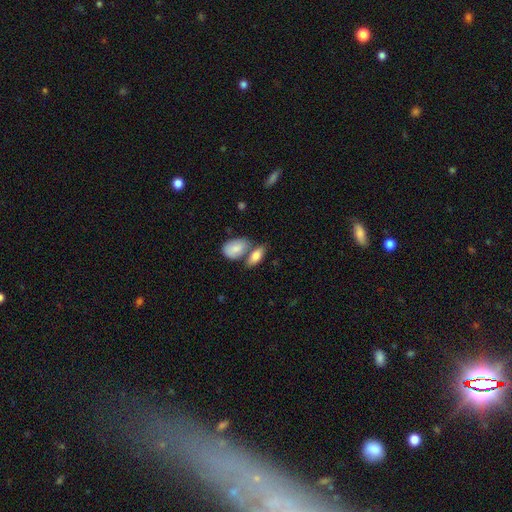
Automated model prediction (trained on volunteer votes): Q: Smooth or featured?
A: smooth (80%); runner-up: featured or disk (14%)
Q: How rounded?
A: in between (85%); runner-up: cigar-shaped (10%)
Q: Merging?
A: none (44%); runner-up: merger (39%)